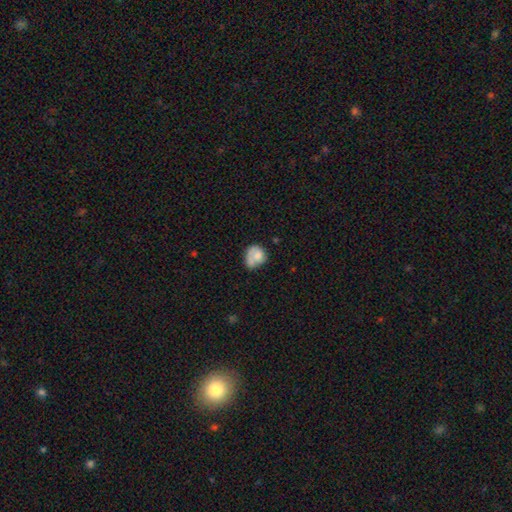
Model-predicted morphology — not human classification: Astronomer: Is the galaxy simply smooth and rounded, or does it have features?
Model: smooth — 65%.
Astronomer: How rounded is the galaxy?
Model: round — 59% (runner-up: in between, 40%).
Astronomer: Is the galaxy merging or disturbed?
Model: none — 35% (runner-up: minor disturbance, 28%).